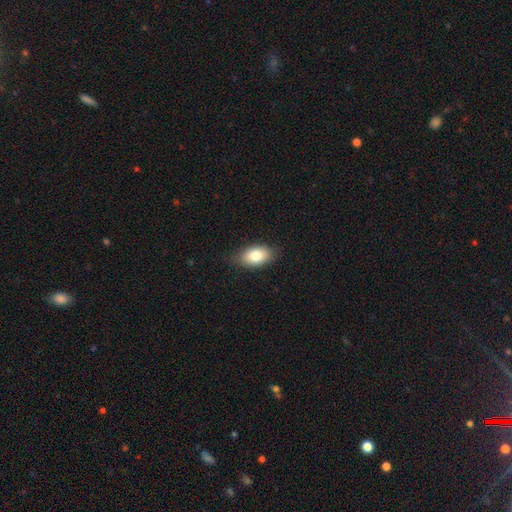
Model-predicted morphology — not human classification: Q: Smooth or featured?
A: smooth (80%); runner-up: featured or disk (13%)
Q: How rounded?
A: in between (90%); runner-up: round (7%)
Q: Merging?
A: none (81%); runner-up: minor disturbance (16%)